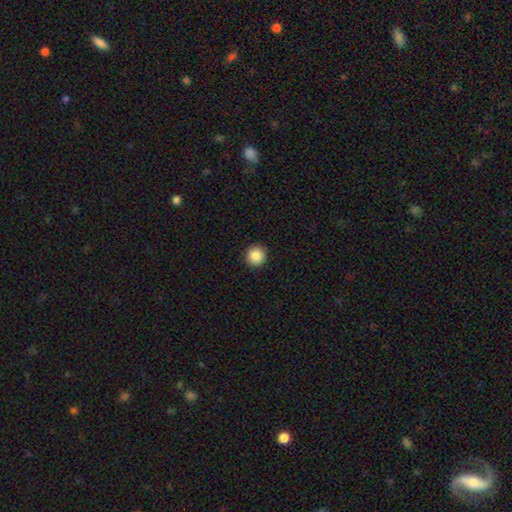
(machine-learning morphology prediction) type=smooth (88%); roundness=round (95%); merging=none (93%).